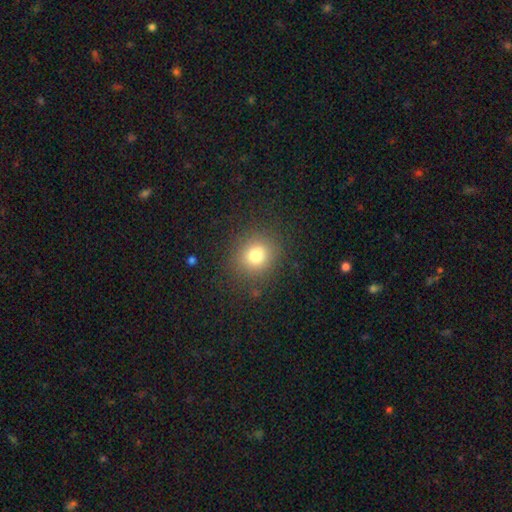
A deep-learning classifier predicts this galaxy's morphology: Smooth or featured? smooth (76%)
How rounded? round (83%)
Merging? none (84%)